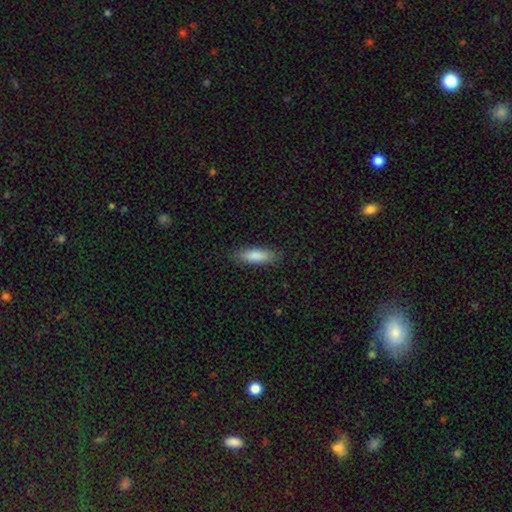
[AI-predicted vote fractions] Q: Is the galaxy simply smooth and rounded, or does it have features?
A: smooth — 83%.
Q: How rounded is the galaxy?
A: in between — 55%.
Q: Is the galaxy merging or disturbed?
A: none — 85%.